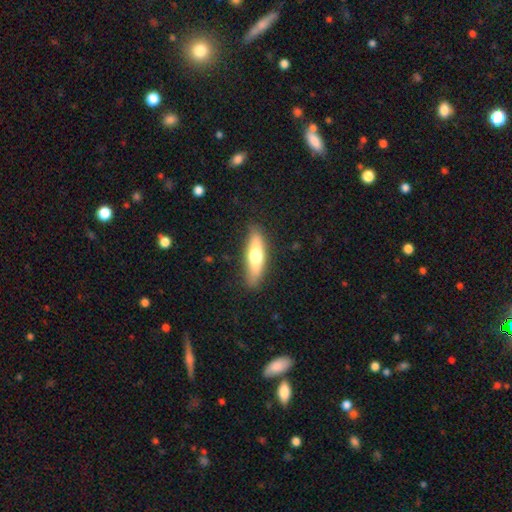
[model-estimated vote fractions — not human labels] Smooth or featured?
  - smooth: 56% *
  - featured or disk: 38%
  - star or artifact: 6%
How rounded?
  - cigar-shaped: 69% *
  - in between: 29%
  - round: 2%
Merging?
  - none: 86% *
  - minor disturbance: 11%
  - major disturbance: 3%
  - merger: 1%